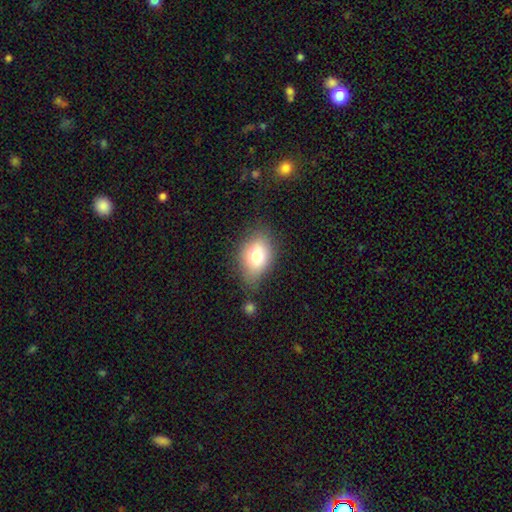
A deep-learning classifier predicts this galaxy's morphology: The model was most divided on "merging": none: 66%, minor disturbance: 22%, major disturbance: 7%, merger: 5%. More confident: how rounded — in between (76%); smooth or featured — smooth (75%).